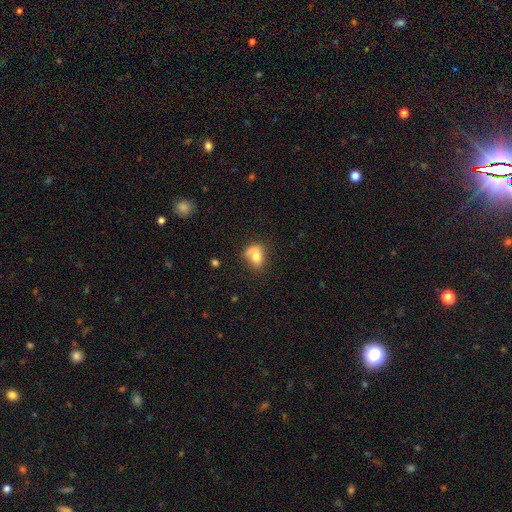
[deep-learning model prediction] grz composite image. It shows a smooth galaxy with no disk features (70%) that is in between round and cigar-shaped (56%). Merging: none (36%).